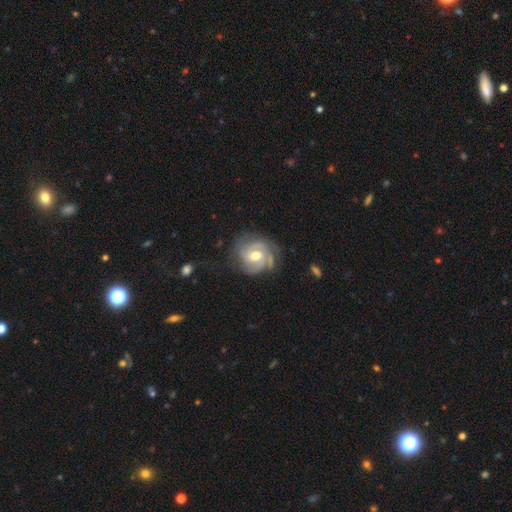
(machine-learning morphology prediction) Q: Smooth or featured?
A: featured or disk (84%); runner-up: smooth (11%)
Q: Edge-on disk?
A: no (98%); runner-up: yes (2%)
Q: Bar?
A: no (51%); runner-up: weak (40%)
Q: Spiral arms?
A: yes (96%); runner-up: no (4%)
Q: Spiral winding?
A: tight (60%); runner-up: medium (33%)
Q: Spiral arm count?
A: 3 (39%); runner-up: 2 (24%)
Q: Bulge size?
A: moderate (75%); runner-up: small (15%)
Q: Merging?
A: none (68%); runner-up: minor disturbance (20%)